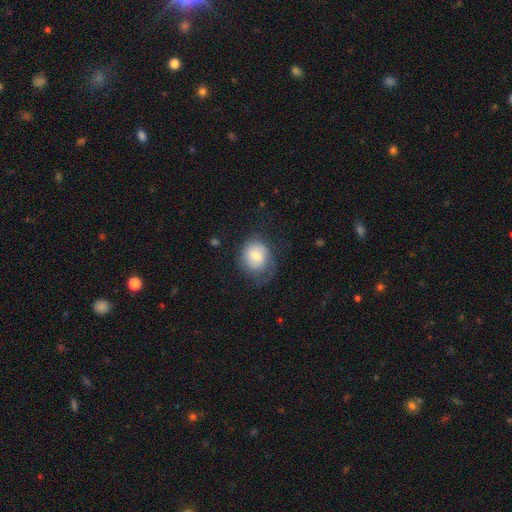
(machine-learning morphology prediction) smooth 62%, featured or disk 30%, star or artifact 8%. Down the decision tree: how rounded — round (63%); merging — none (54%).